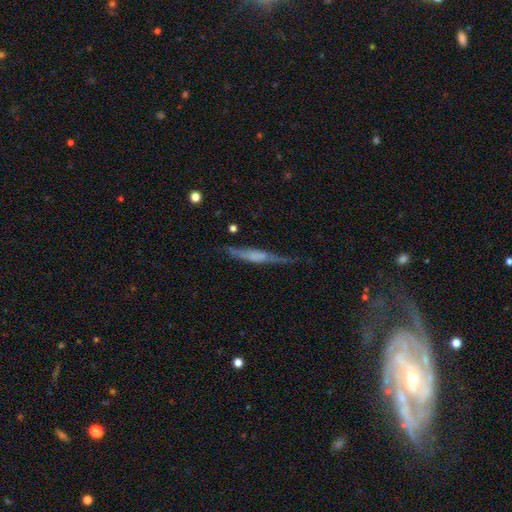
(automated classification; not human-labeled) Overall: featured or disk (60%; smooth 32%). Edge-on disk: yes (91%). Edge-on bulge: none (34%; boxy 33%). Merging: none (62%; minor disturbance 25%).